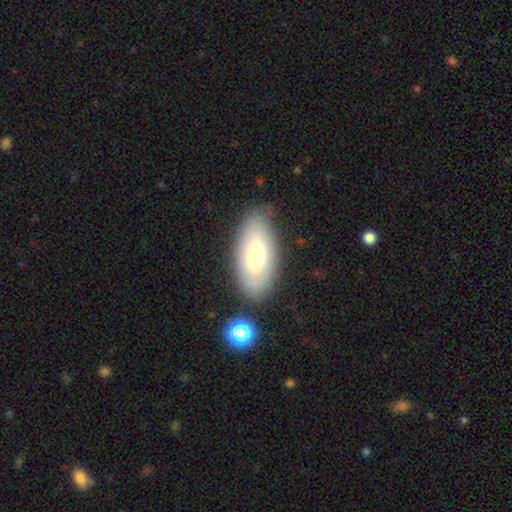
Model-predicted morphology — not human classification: Q: Smooth or featured?
A: smooth (68%); runner-up: featured or disk (25%)
Q: How rounded?
A: in between (91%); runner-up: cigar-shaped (6%)
Q: Merging?
A: none (74%); runner-up: minor disturbance (17%)